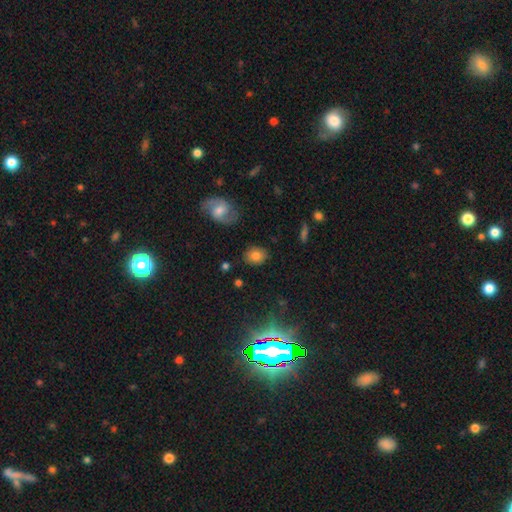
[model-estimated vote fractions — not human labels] Smooth or featured? smooth (77%)
How rounded? in between (50%)
Merging? none (82%)